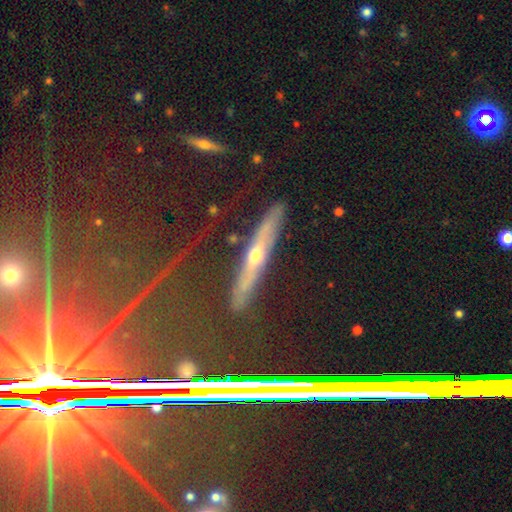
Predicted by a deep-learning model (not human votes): Smooth or featured? featured or disk (59%)
Edge-on disk? yes (92%)
Edge-on bulge? rounded (88%)
Merging? none (86%)